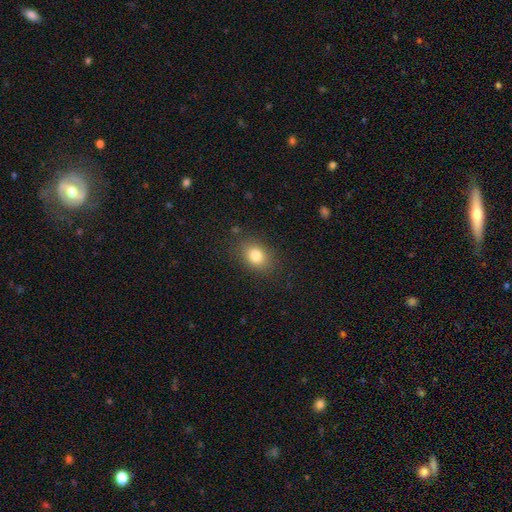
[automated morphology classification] Smooth or featured?
  - smooth: 82% *
  - star or artifact: 10%
  - featured or disk: 8%
How rounded?
  - in between: 64% *
  - round: 35%
  - cigar-shaped: 1%
Merging?
  - none: 84% *
  - minor disturbance: 11%
  - major disturbance: 4%
  - merger: 1%